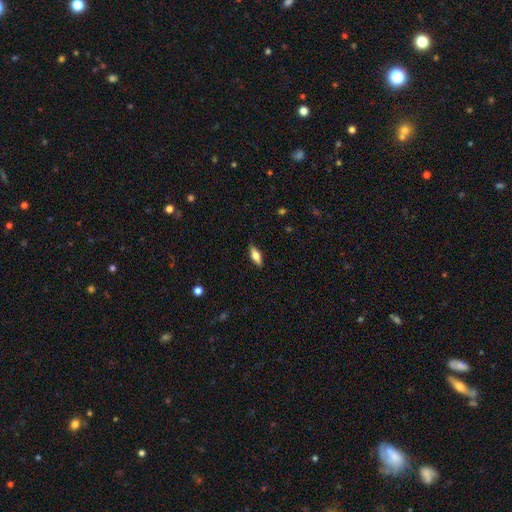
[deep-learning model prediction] This appears to be a smooth galaxy with no disk features (64%) that is in between round and cigar-shaped (69%). Merging: none (87%).